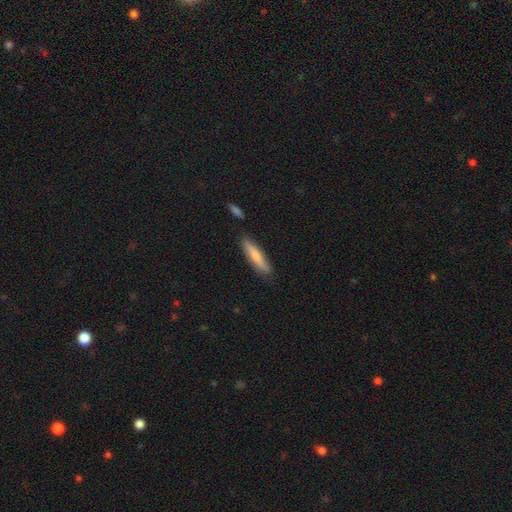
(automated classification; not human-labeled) smooth-or-featured: smooth: 71% | featured or disk: 23% | star or artifact: 6%
  how-rounded: cigar-shaped: 85% | in between: 14% | round: 1%
  merging: none: 81% | minor disturbance: 13% | merger: 3% | major disturbance: 2%